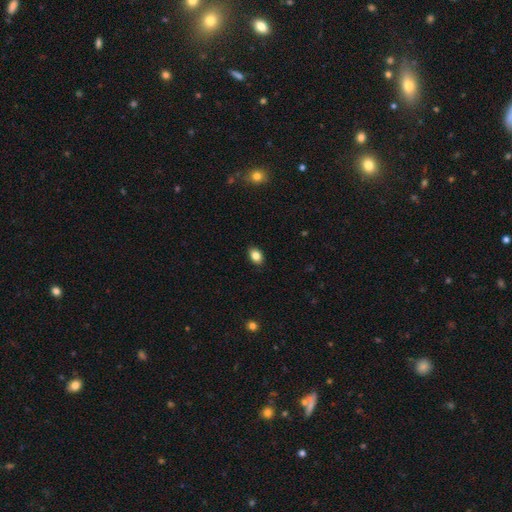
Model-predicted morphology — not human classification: The model was most divided on "how rounded": in between: 77%, round: 22%, cigar-shaped: 1%. More confident: merging — none (88%); smooth or featured — smooth (84%).